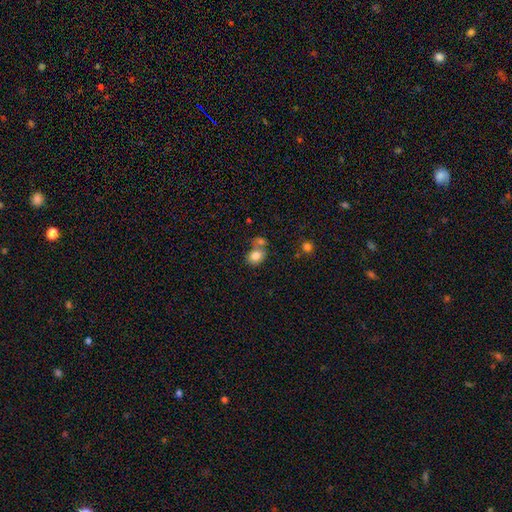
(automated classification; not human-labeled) A smooth galaxy with no disk features (81%) that is round (54%). Merging: none (49%).